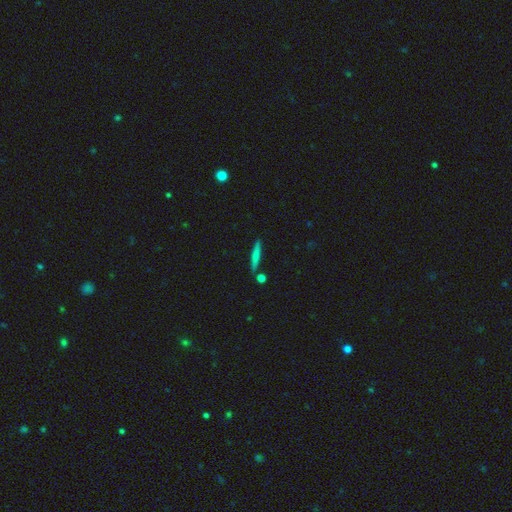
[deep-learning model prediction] Overall: smooth (65%; featured or disk 28%). How rounded: cigar-shaped (93%). Merging: none (85%).